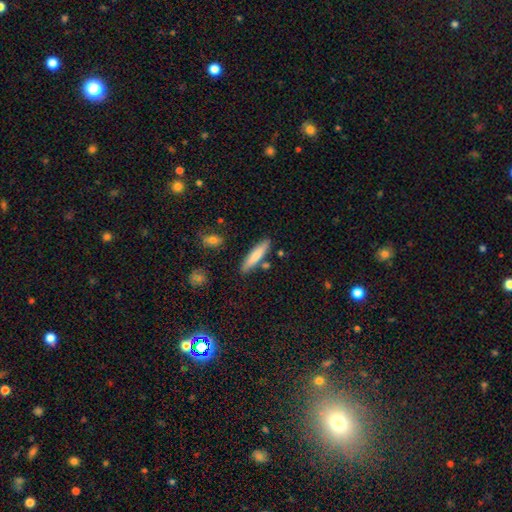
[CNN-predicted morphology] This is likely a smooth galaxy (75%). How rounded: clearly cigar-shaped (82%). Merging: clearly none (82%).